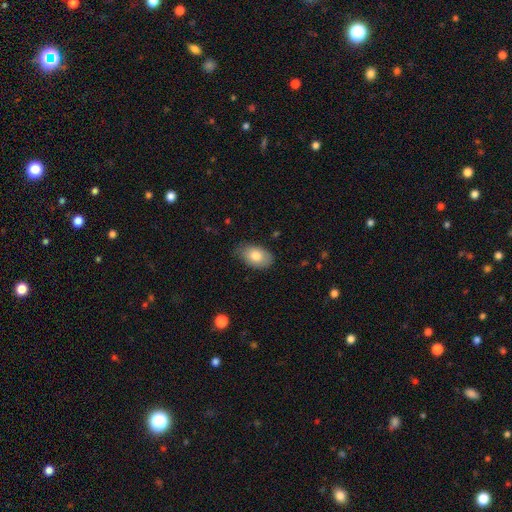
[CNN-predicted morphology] smooth-or-featured: smooth: 79% | featured or disk: 14% | star or artifact: 7%
  how-rounded: in between: 90% | round: 8% | cigar-shaped: 1%
  merging: none: 71% | minor disturbance: 24% | major disturbance: 4% | merger: 1%